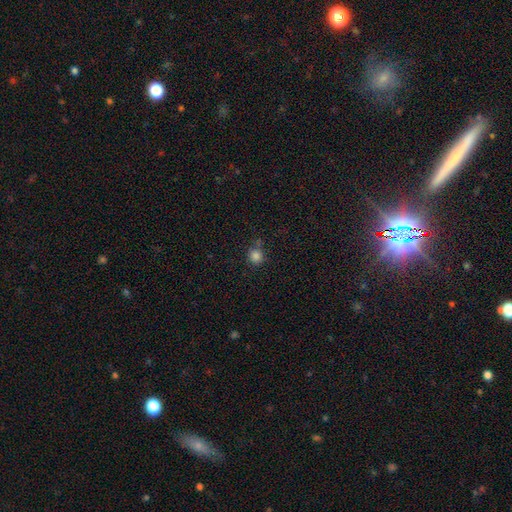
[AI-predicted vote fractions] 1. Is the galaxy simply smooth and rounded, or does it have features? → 83% smooth, 12% star or artifact, 4% featured or disk.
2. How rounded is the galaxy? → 89% round, 10% in between, 1% cigar-shaped.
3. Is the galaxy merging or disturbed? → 69% none, 16% minor disturbance, 10% merger, 5% major disturbance.